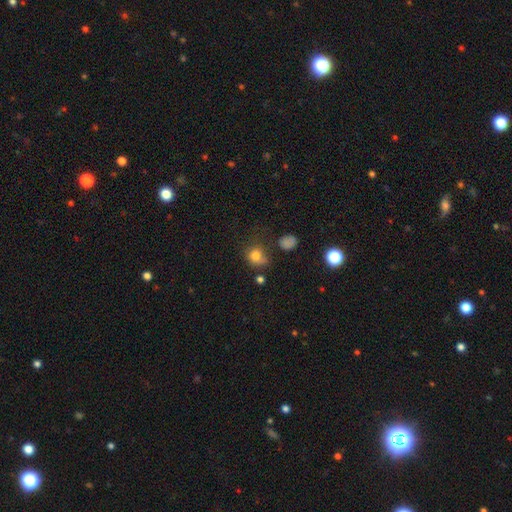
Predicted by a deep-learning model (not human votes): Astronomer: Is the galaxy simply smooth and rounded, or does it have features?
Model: smooth — 77%.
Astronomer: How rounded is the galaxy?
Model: round — 73%.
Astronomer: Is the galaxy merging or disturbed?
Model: none — 49% (runner-up: minor disturbance, 26%).